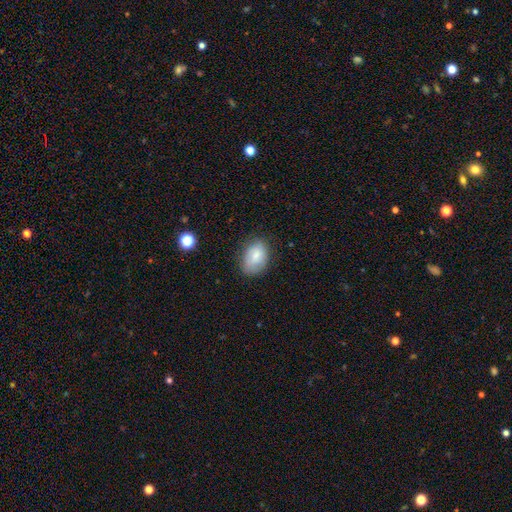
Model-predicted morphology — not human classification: smooth-or-featured: smooth: 79% | featured or disk: 14% | star or artifact: 8%
  how-rounded: in between: 85% | round: 13% | cigar-shaped: 1%
  merging: none: 74% | minor disturbance: 20% | major disturbance: 5% | merger: 1%